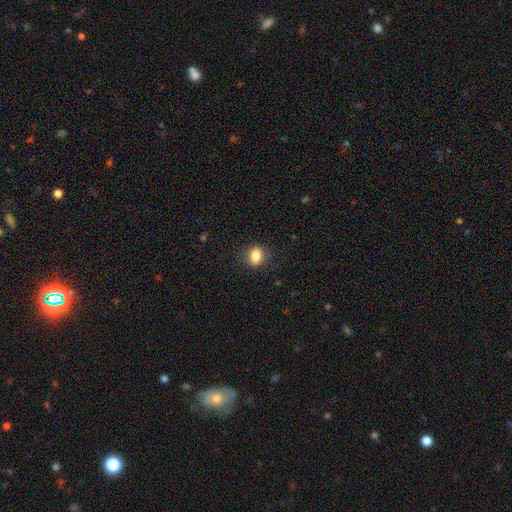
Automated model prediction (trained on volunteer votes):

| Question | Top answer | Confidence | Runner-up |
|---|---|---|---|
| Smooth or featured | smooth | 85% | star or artifact (10%) |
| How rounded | in between | 59% | round (40%) |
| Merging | none | 84% | minor disturbance (12%) |